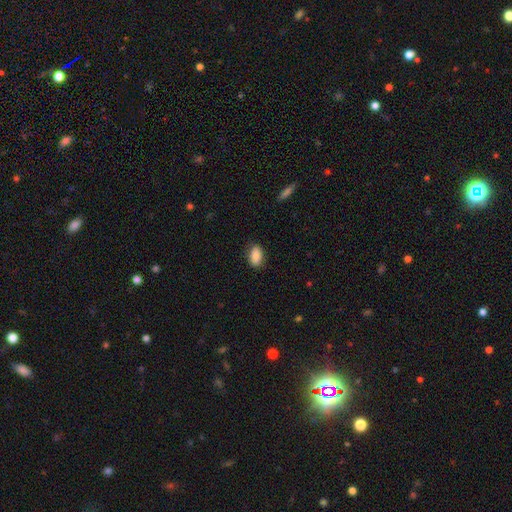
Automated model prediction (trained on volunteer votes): This appears to be a smooth galaxy with no disk features (88%) that is in between round and cigar-shaped (90%). Merging: none (84%).